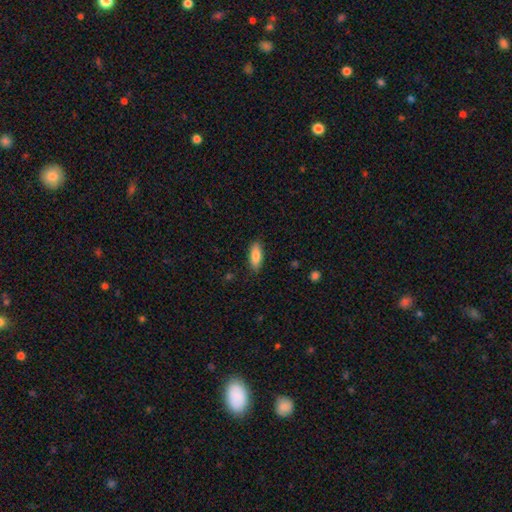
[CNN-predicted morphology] Smooth or featured? Predicted: smooth (p=0.83). How rounded? Predicted: in between (p=0.75). Merging? Predicted: none (p=0.86).